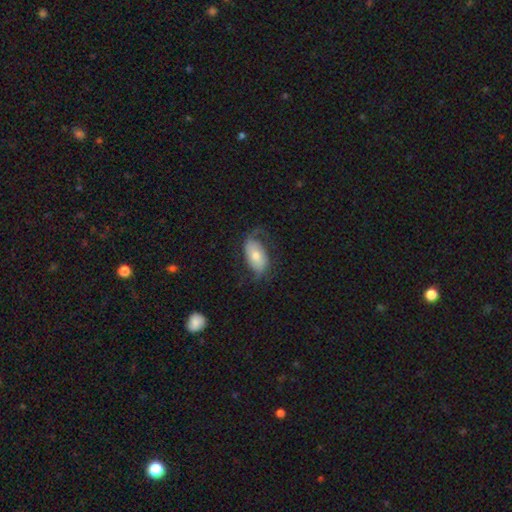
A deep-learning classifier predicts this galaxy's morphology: This appears to be a featured or disk galaxy (50%). Merging: none (59%).